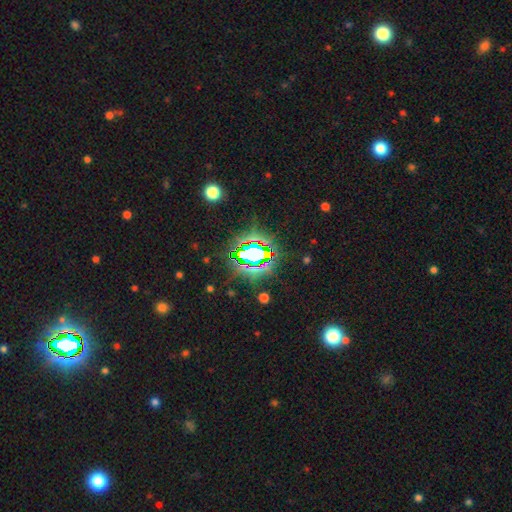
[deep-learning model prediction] Smooth or featured? Predicted: star or artifact (p=0.73).